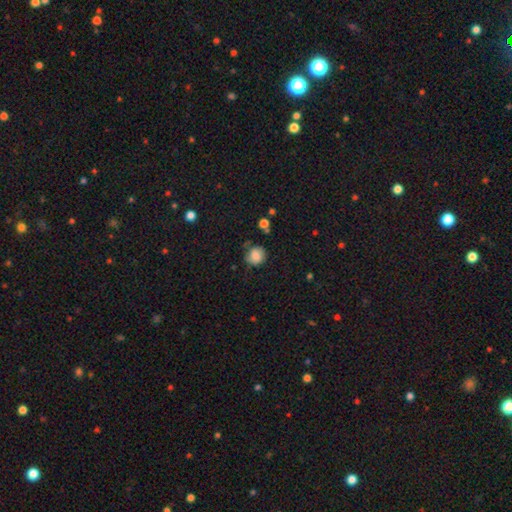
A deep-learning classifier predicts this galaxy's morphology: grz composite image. It shows a smooth galaxy with no disk features (75%) that is round (81%). Merging: none (62%).